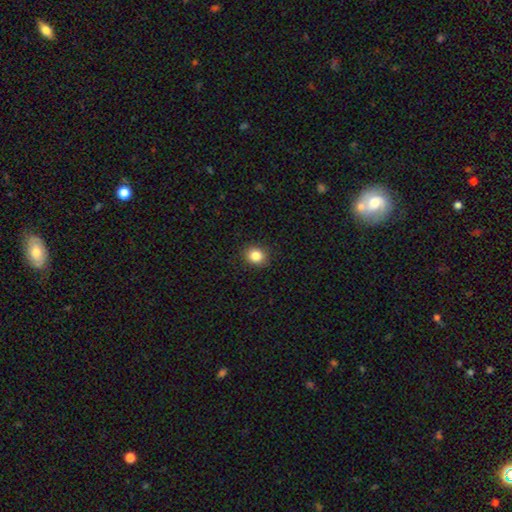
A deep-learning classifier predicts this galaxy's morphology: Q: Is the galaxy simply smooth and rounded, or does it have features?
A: smooth — 85%.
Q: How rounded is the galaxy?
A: round — 72%.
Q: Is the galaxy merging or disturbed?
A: none — 90%.